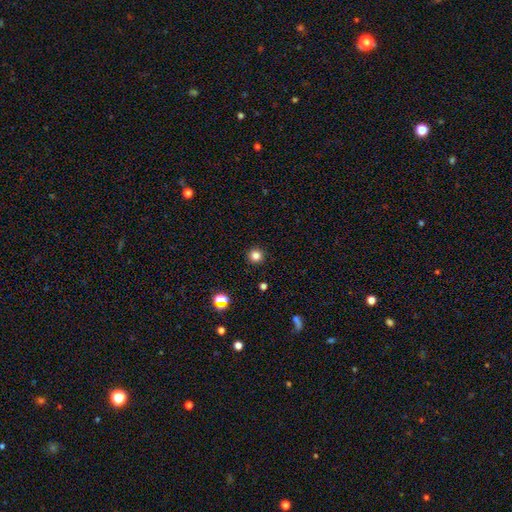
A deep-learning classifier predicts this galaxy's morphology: smooth_or_featured: smooth (p=0.81) [alt: star or artifact p=0.14]
how_rounded: round (p=0.96) [alt: in between p=0.03]
merging: none (p=0.92) [alt: minor disturbance p=0.05]